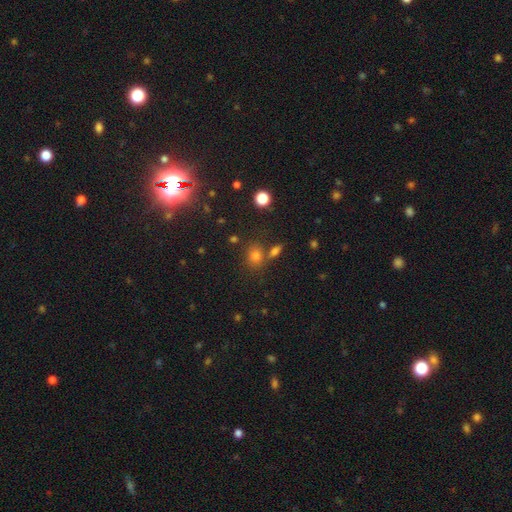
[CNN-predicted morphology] This is likely a smooth galaxy (72%). How rounded: likely round (70%). Merging: likely none (68%).